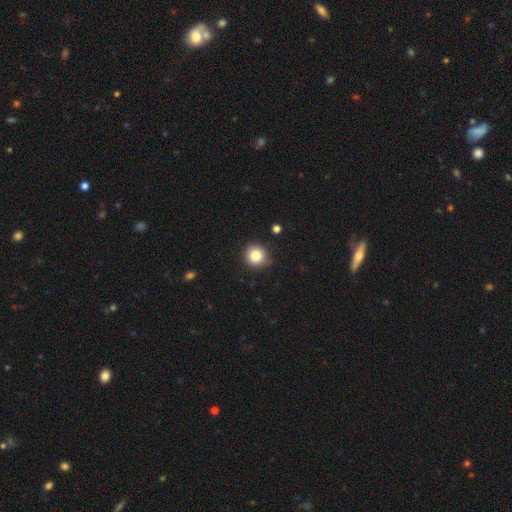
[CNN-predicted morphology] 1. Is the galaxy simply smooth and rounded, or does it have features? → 84% smooth, 11% star or artifact, 5% featured or disk.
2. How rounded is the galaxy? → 92% round, 7% in between, 1% cigar-shaped.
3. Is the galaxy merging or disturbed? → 84% none, 12% minor disturbance, 2% major disturbance, 2% merger.